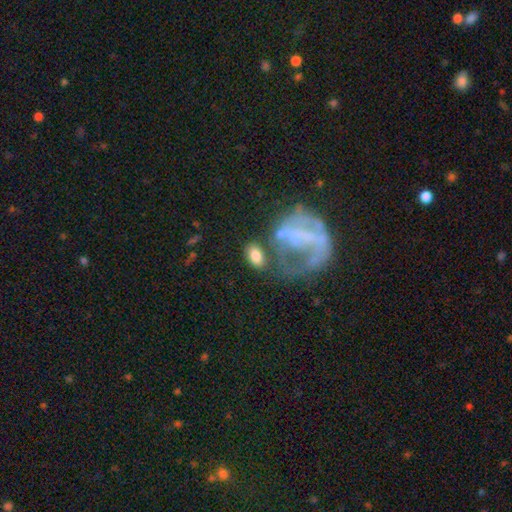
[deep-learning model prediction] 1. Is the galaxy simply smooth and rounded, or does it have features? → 76% smooth, 17% featured or disk, 7% star or artifact.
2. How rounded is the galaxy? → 87% in between, 10% round, 2% cigar-shaped.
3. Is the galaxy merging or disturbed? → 66% none, 15% minor disturbance, 10% merger, 9% major disturbance.